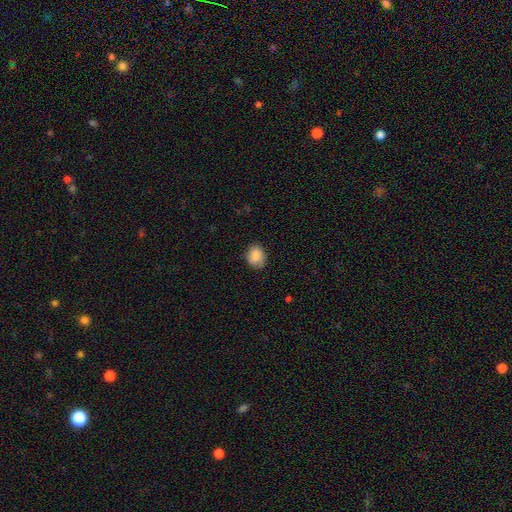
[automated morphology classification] Smooth or featured? smooth (87%)
How rounded? in between (52%)
Merging? none (77%)